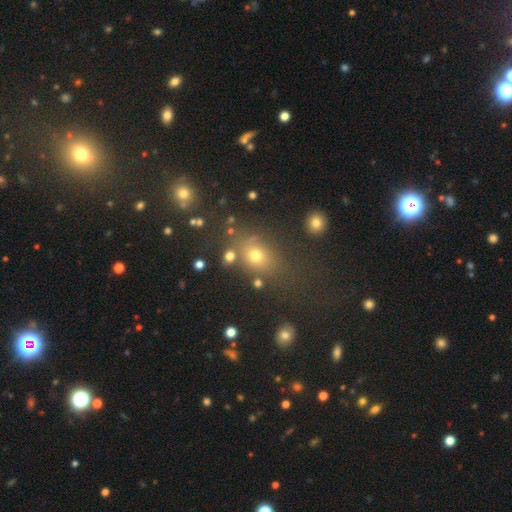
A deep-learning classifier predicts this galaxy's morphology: smooth 65%, star or artifact 22%, featured or disk 12%. Down the decision tree: how rounded — in between (52%); merging — none (67%).